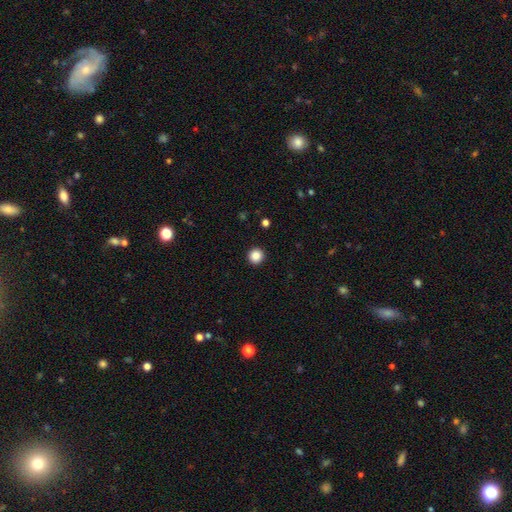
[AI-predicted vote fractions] This is clearly a smooth galaxy (87%). How rounded: clearly round (95%). Merging: clearly none (94%).